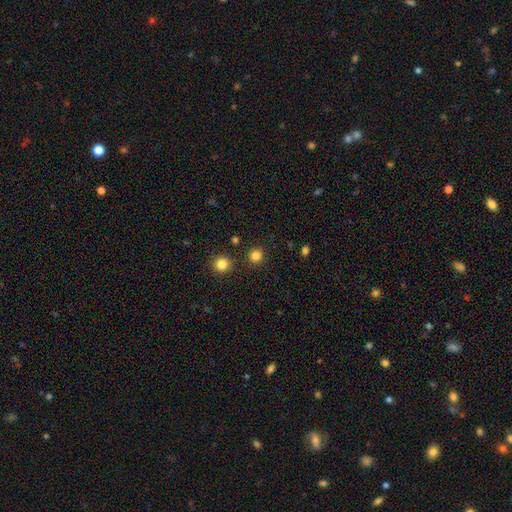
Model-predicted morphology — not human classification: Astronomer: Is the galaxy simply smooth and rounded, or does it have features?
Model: smooth — 83%.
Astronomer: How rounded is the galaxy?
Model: round — 92%.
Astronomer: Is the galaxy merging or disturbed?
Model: none — 89%.